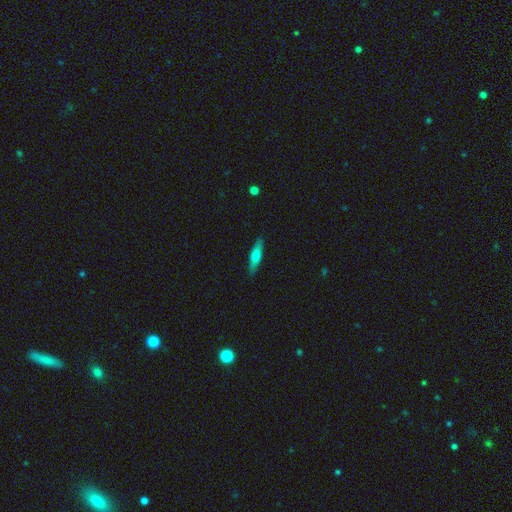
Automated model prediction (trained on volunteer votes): smooth-or-featured: smooth: 55% | featured or disk: 39% | star or artifact: 6%
  how-rounded: cigar-shaped: 76% | in between: 22% | round: 2%
  merging: none: 89% | minor disturbance: 8% | major disturbance: 2% | merger: 1%